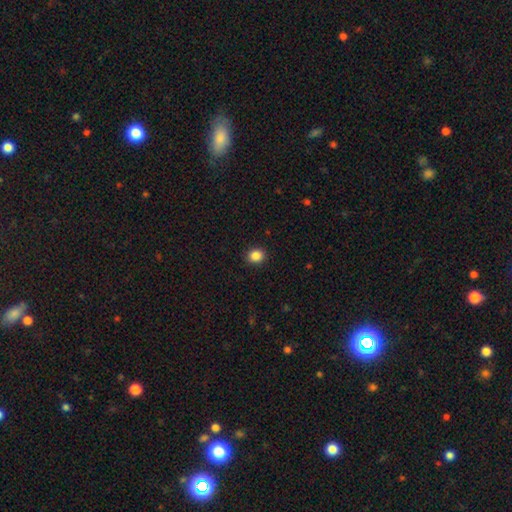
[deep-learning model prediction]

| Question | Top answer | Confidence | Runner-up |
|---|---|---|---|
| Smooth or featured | smooth | 86% | star or artifact (10%) |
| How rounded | round | 75% | in between (24%) |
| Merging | none | 92% | minor disturbance (6%) |